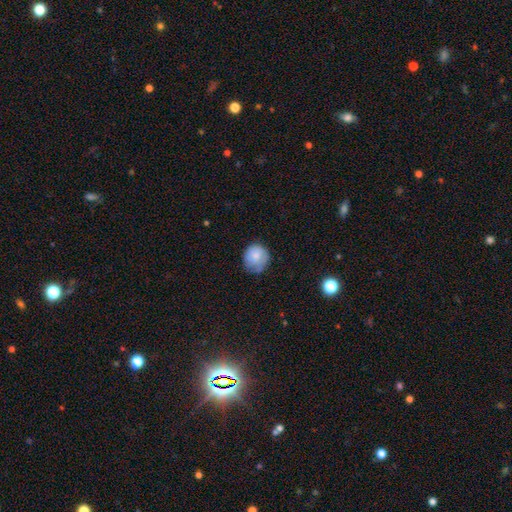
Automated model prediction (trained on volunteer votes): This appears to be a smooth galaxy with no disk features (79%) that is round (84%). Merging: none (62%).